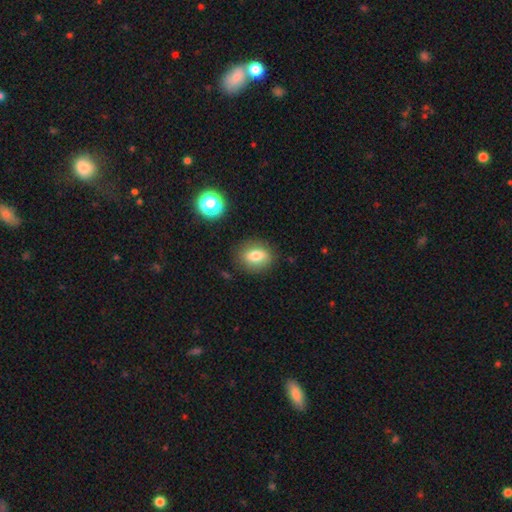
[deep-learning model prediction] Smooth or featured? Predicted: smooth (p=0.77). How rounded? Predicted: in between (p=0.59). Merging? Predicted: none (p=0.84).